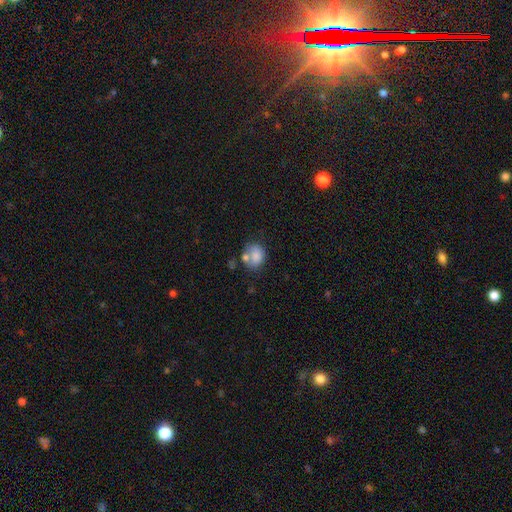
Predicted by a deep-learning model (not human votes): A smooth galaxy with no disk features (77%) that is round (52%).

Vote fractions:
- Smooth or featured? smooth: 77% / featured or disk: 14% / star or artifact: 9%
- How rounded? round: 52% / in between: 47% / cigar-shaped: 1%
- Merging? none: 41% / merger: 32% / minor disturbance: 18% / major disturbance: 9%